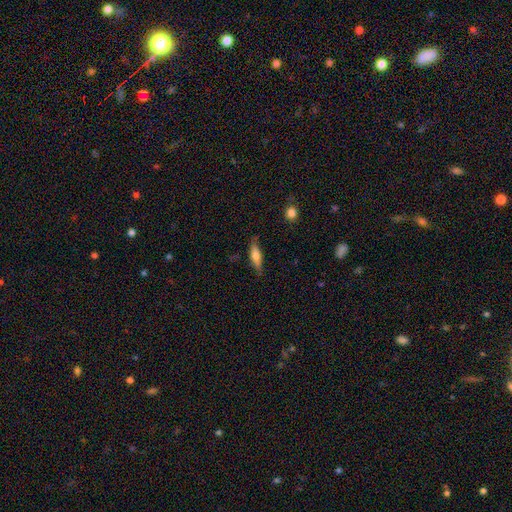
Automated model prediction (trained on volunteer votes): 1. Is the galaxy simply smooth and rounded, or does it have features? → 55% smooth, 38% featured or disk, 6% star or artifact.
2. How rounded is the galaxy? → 66% cigar-shaped, 32% in between, 2% round.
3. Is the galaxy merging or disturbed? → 80% none, 16% minor disturbance, 3% major disturbance, 2% merger.